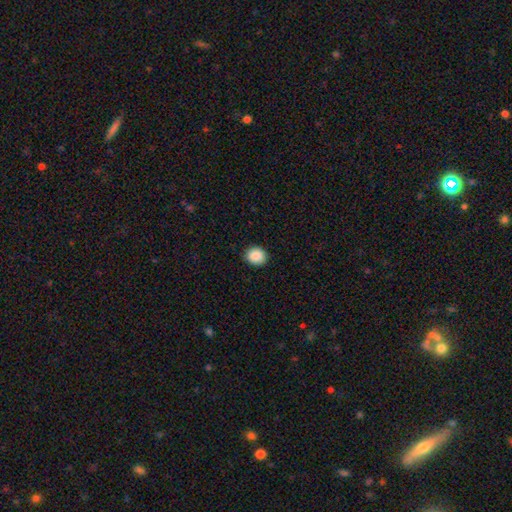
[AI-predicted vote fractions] smooth_or_featured: smooth (p=0.88) [alt: star or artifact p=0.08]
how_rounded: round (p=0.73) [alt: in between p=0.26]
merging: none (p=0.90) [alt: minor disturbance p=0.07]